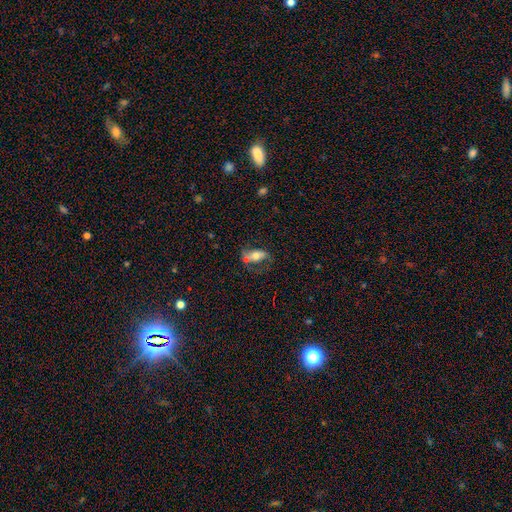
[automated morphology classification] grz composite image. It shows a smooth galaxy with no disk features (50%). Merging: none (39%).